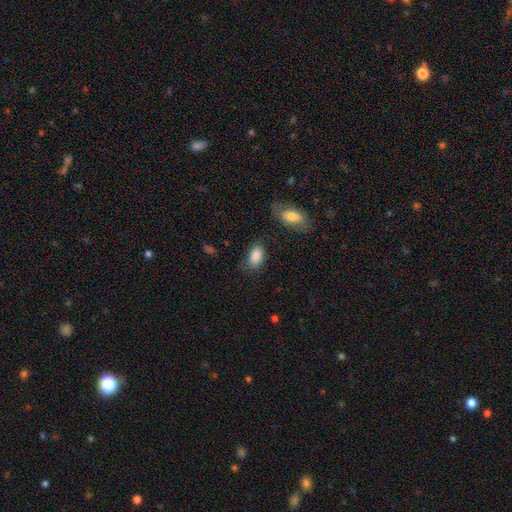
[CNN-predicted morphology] Q: Smooth or featured?
A: smooth (86%); runner-up: star or artifact (7%)
Q: How rounded?
A: in between (93%); runner-up: round (5%)
Q: Merging?
A: none (70%); runner-up: minor disturbance (20%)